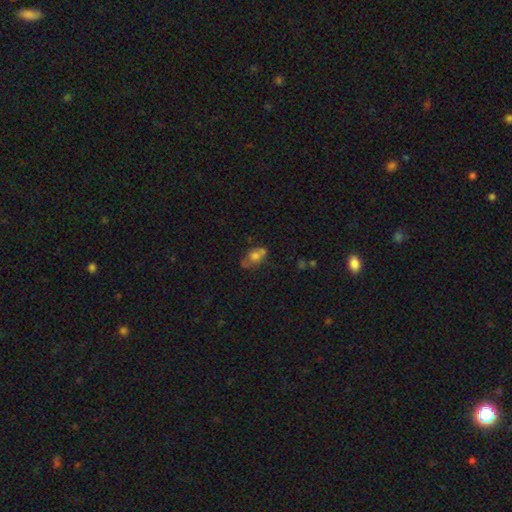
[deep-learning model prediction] smooth_or_featured: smooth (p=0.58) [alt: featured or disk p=0.30]
how_rounded: in between (p=0.76) [alt: round p=0.21]
merging: none (p=0.41) [alt: minor disturbance p=0.25]